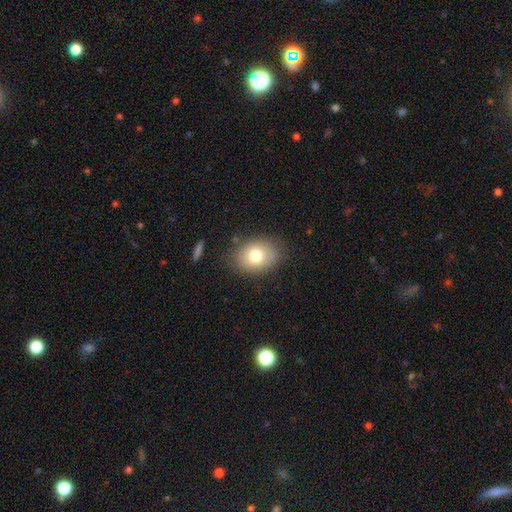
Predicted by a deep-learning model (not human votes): Morphology: type=smooth (77%); roundness=in between (63%); merging=none (81%).